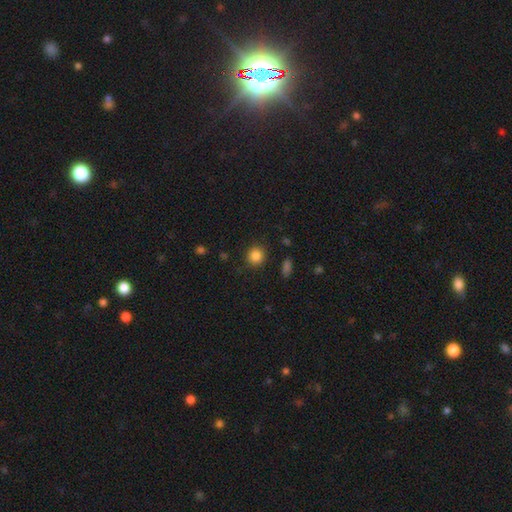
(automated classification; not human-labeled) The model was most divided on "how rounded": round: 85%, in between: 14%, cigar-shaped: 1%. More confident: merging — none (88%); smooth or featured — smooth (85%).